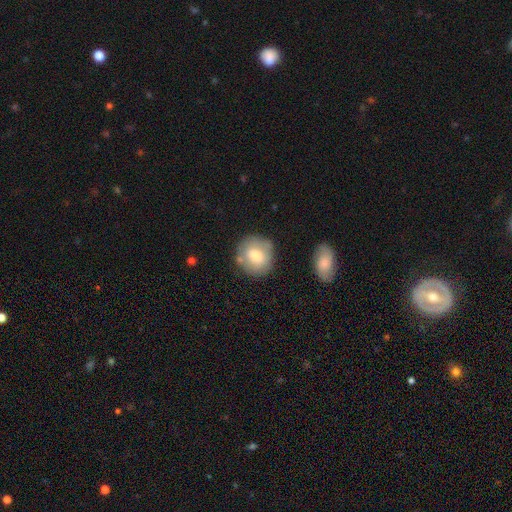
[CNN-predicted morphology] Smooth or featured? smooth (73%)
How rounded? round (86%)
Merging? none (75%)